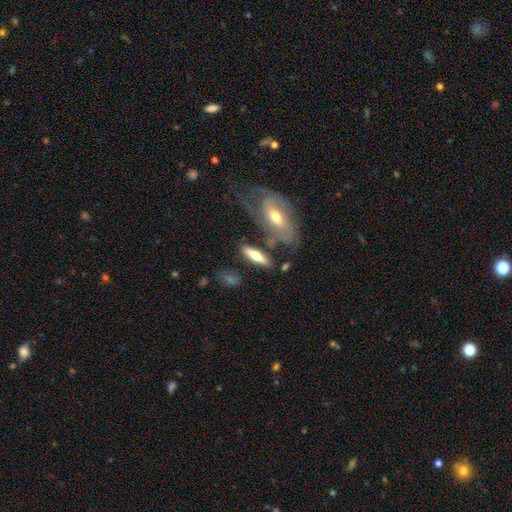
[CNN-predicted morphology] smooth 48%, featured or disk 45%, star or artifact 7%. Down the decision tree: merging — none (64%).